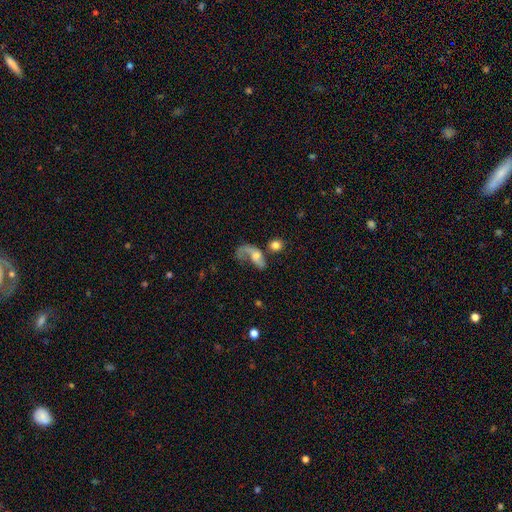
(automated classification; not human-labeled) smooth-or-featured: featured or disk: 54% | smooth: 36% | star or artifact: 9%
  disk-edge-on: no: 94% | yes: 6%
    bar: no: 70% | weak: 24% | strong: 6%
    has-spiral-arms: yes: 70% | no: 30%
    bulge-size: moderate: 45% | small: 28% | large: 12% | none: 11% | dominant: 3%
  merging: major disturbance: 46% | merger: 23% | none: 20% | minor disturbance: 12%